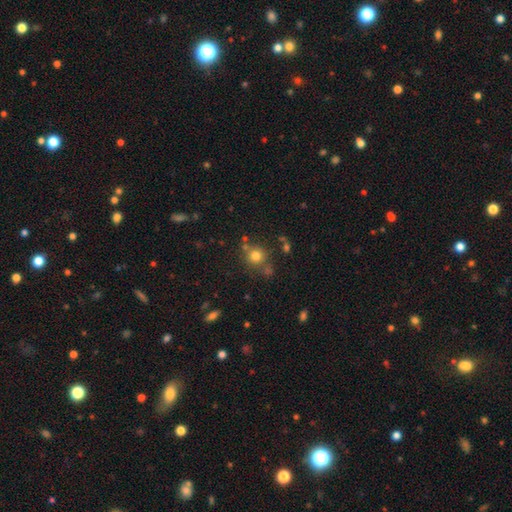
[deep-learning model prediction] Smooth or featured?
  - smooth: 76% *
  - star or artifact: 15%
  - featured or disk: 9%
How rounded?
  - round: 90% *
  - in between: 9%
  - cigar-shaped: 1%
Merging?
  - none: 72% *
  - merger: 13%
  - minor disturbance: 11%
  - major disturbance: 5%